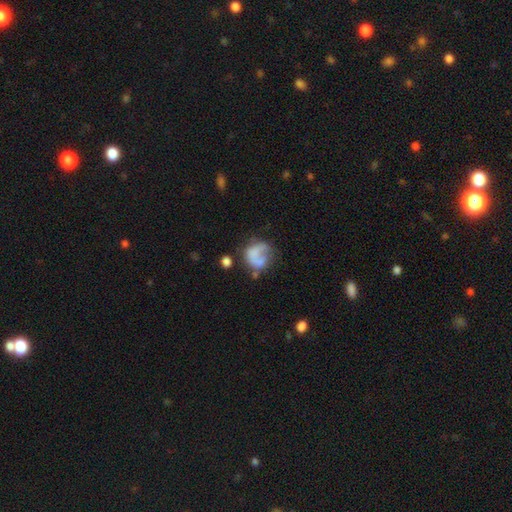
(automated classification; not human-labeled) This is possibly a smooth galaxy (55%). How rounded: likely round (64%). Merging: marginally none (34%).